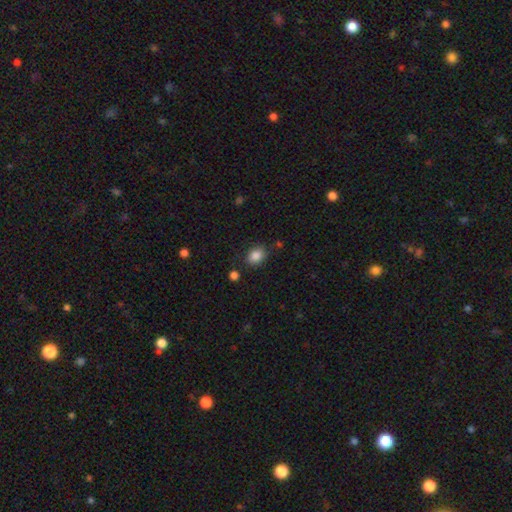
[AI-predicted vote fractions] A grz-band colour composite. It shows a smooth galaxy with no disk features (86%) that is in between round and cigar-shaped (60%). Merging: none (80%).